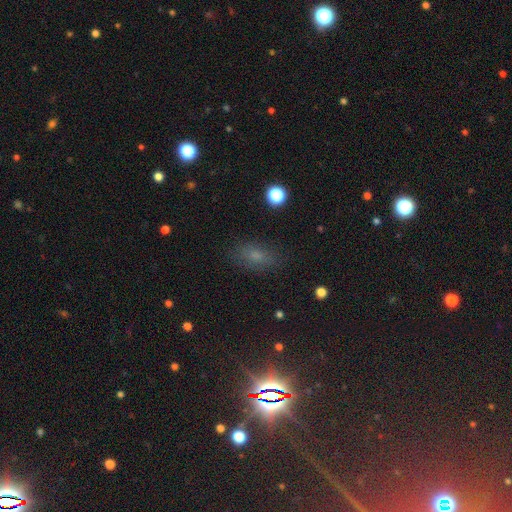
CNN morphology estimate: Q: Smooth or featured?
A: smooth (65%); runner-up: star or artifact (22%)
Q: How rounded?
A: in between (83%); runner-up: round (12%)
Q: Merging?
A: none (82%); runner-up: minor disturbance (12%)